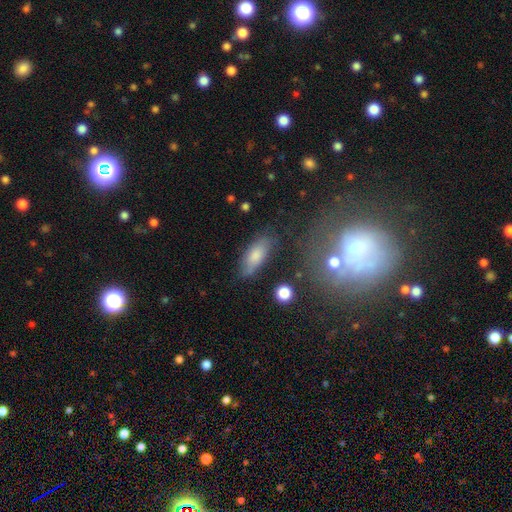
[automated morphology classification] Smooth or featured? smooth (74%)
How rounded? in between (77%)
Merging? none (71%)